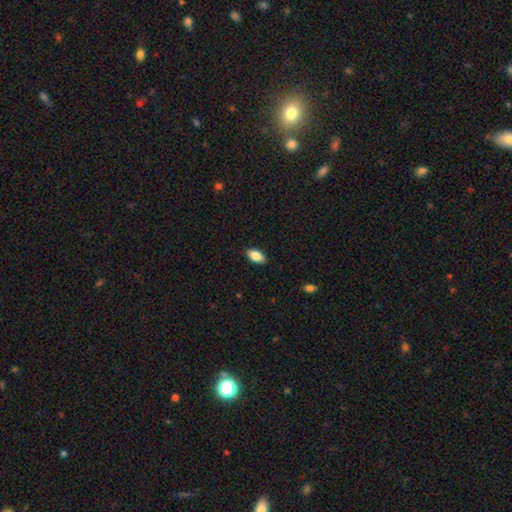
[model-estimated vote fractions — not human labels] A smooth galaxy with no disk features (86%) that is in between round and cigar-shaped (93%).

Vote fractions:
- Smooth or featured? smooth: 86% / featured or disk: 7% / star or artifact: 7%
- How rounded? in between: 93% / cigar-shaped: 4% / round: 3%
- Merging? none: 89% / minor disturbance: 9% / major disturbance: 2% / merger: 1%